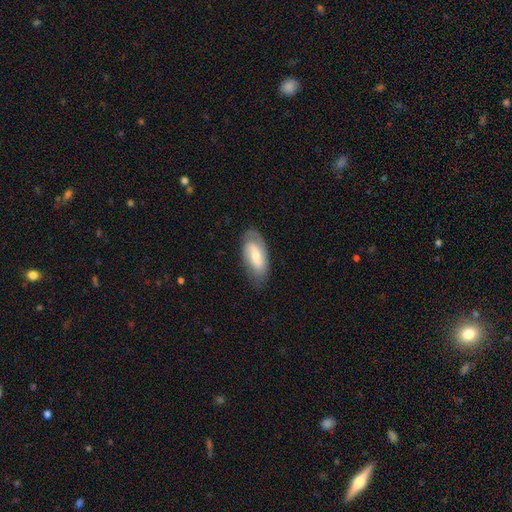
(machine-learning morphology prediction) This is possibly a featured or disk galaxy (50%). Merging: likely none (70%).